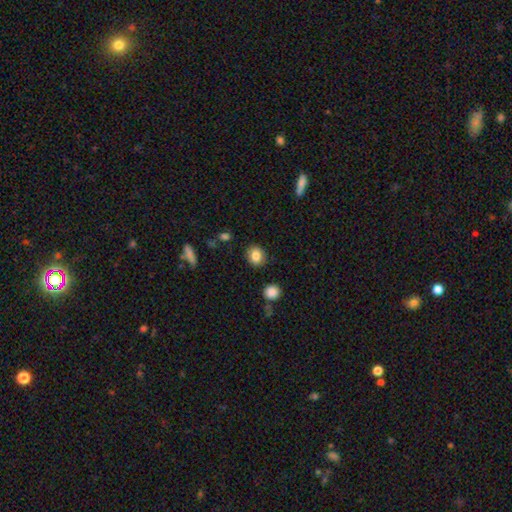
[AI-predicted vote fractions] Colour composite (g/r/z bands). It shows a smooth galaxy with no disk features (83%) that is round (67%). Merging: none (87%).